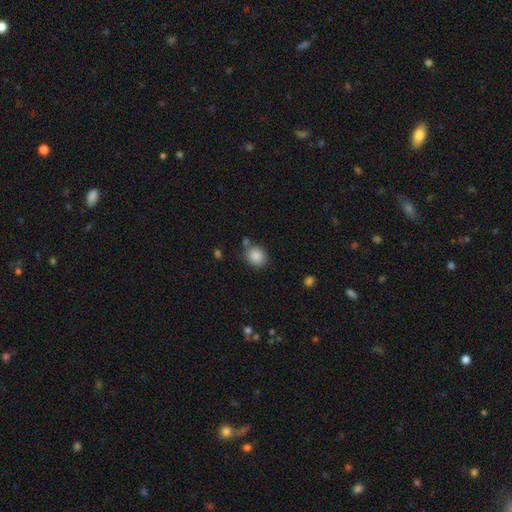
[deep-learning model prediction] smooth 87%, star or artifact 9%, featured or disk 4%. Down the decision tree: how rounded — round (69%); merging — none (74%).